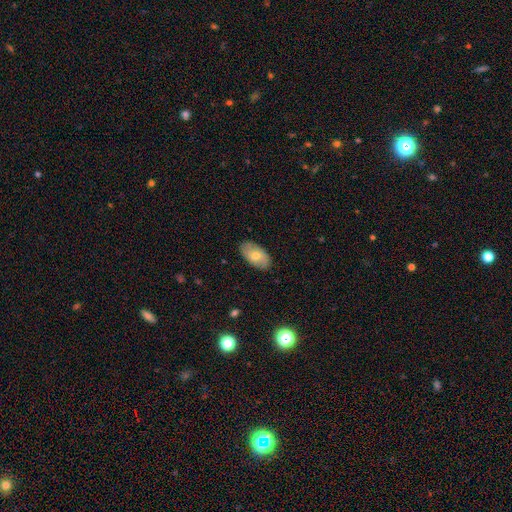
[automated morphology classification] type=smooth (62%); roundness=in between (94%); merging=none (85%).